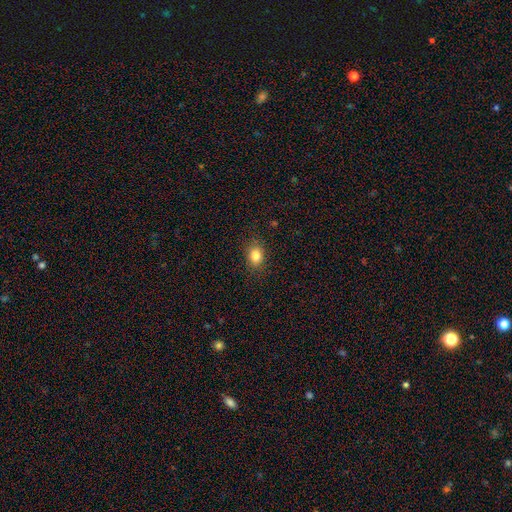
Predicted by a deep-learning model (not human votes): Smooth or featured? Predicted: smooth (p=0.83). How rounded? Predicted: in between (p=0.54). Merging? Predicted: none (p=0.86).